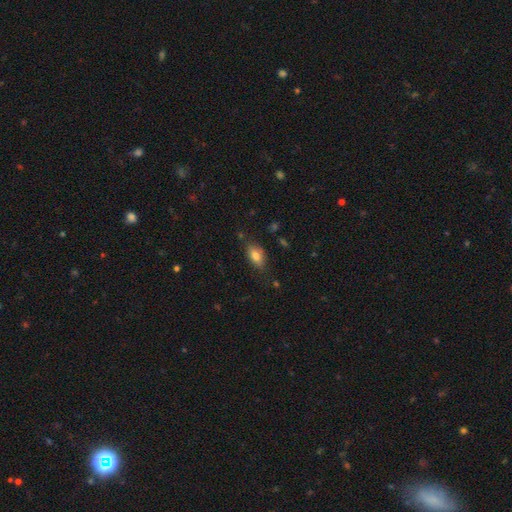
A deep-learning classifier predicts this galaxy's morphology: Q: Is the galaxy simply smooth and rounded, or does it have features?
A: smooth — 81%.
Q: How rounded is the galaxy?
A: in between — 89%.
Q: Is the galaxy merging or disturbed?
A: none — 74%.